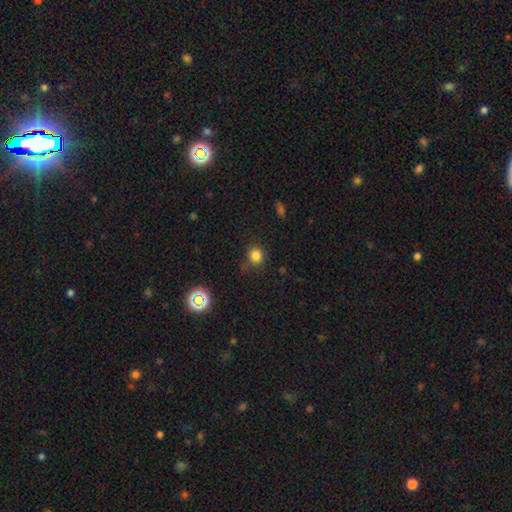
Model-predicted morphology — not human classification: This appears to be a smooth galaxy with no disk features (80%) that is round (88%). Merging: none (79%).